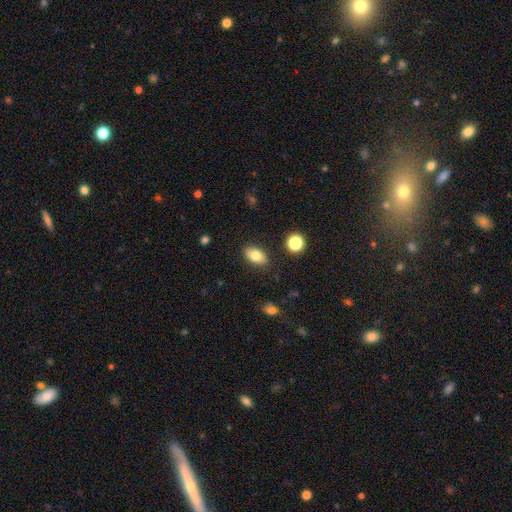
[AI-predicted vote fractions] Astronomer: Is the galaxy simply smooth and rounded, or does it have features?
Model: smooth — 79%.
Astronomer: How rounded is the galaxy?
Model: in between — 89%.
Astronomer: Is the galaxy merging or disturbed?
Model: none — 85%.